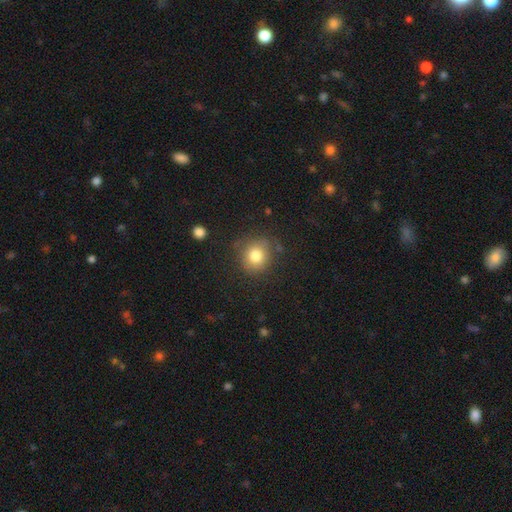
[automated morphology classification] smooth_or_featured: smooth (p=0.80) [alt: star or artifact p=0.11]
how_rounded: round (p=0.86) [alt: in between p=0.13]
merging: none (p=0.80) [alt: minor disturbance p=0.13]